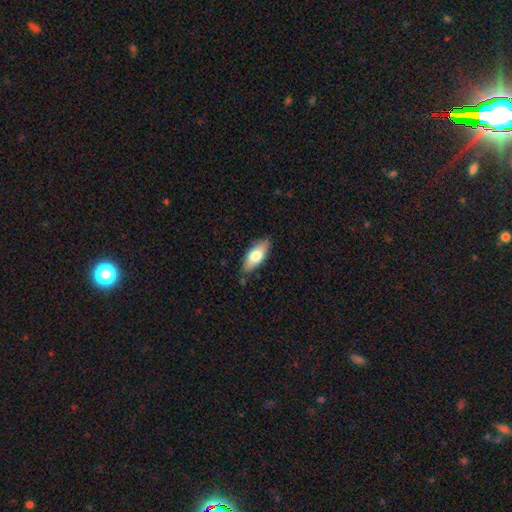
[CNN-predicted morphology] Overall: smooth (69%). How rounded: in between (81%). Merging: none (81%).